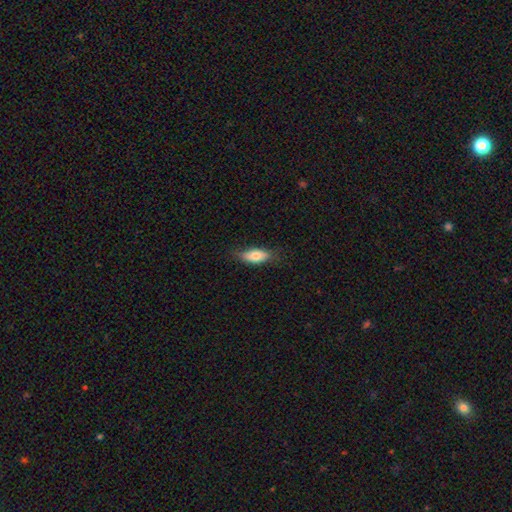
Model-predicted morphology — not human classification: Smooth or featured: smooth — 75% (featured or disk — 18%)
How rounded: in between — 81% (cigar-shaped — 16%)
Merging: none — 76% (minor disturbance — 20%)